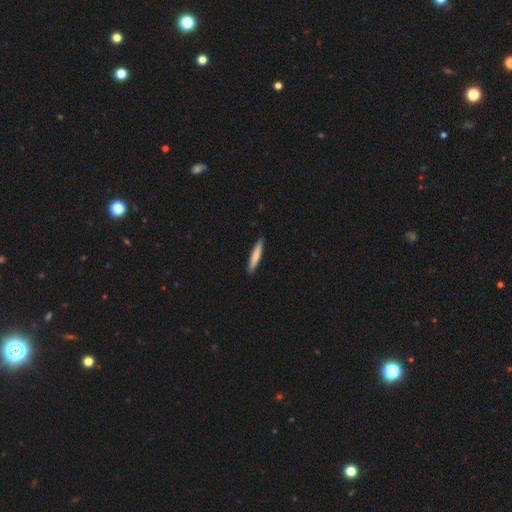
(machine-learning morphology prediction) A smooth galaxy with no disk features (79%) that is cigar-shaped (91%).

Vote fractions:
- Smooth or featured? smooth: 79% / featured or disk: 16% / star or artifact: 5%
- How rounded? cigar-shaped: 91% / in between: 8% / round: 1%
- Merging? none: 89% / minor disturbance: 8% / major disturbance: 1% / merger: 1%